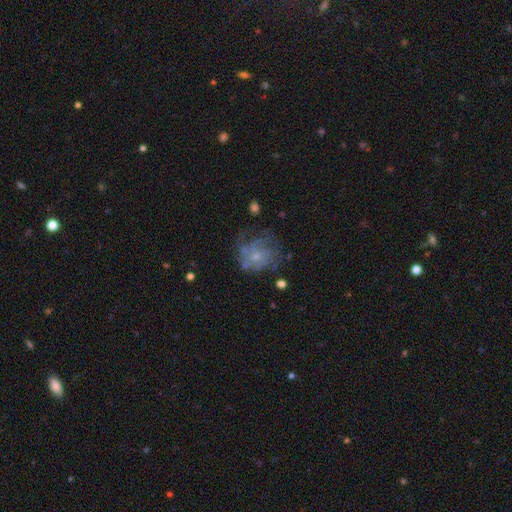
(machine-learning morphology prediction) smooth-or-featured: featured or disk: 58% | smooth: 31% | star or artifact: 11%
  disk-edge-on: no: 98% | yes: 2%
    bar: no: 82% | weak: 16% | strong: 2%
    has-spiral-arms: yes: 63% | no: 37%
    bulge-size: small: 65% | moderate: 24% | none: 9% | large: 2% | dominant: 1%
  merging: none: 47% | major disturbance: 26% | minor disturbance: 24% | merger: 3%